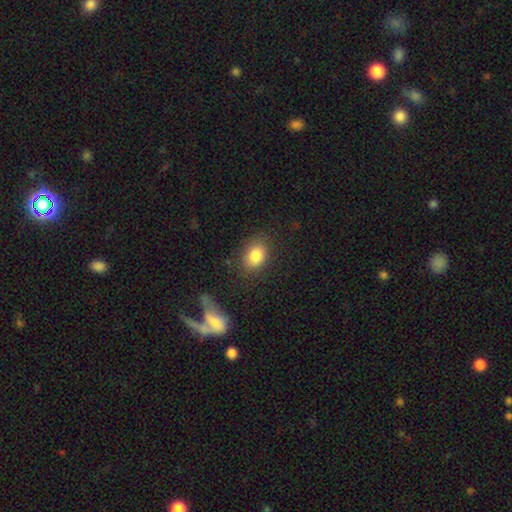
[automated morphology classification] smooth_or_featured: smooth (p=0.84) [alt: star or artifact p=0.09]
how_rounded: in between (p=0.70) [alt: round p=0.28]
merging: none (p=0.81) [alt: minor disturbance p=0.12]